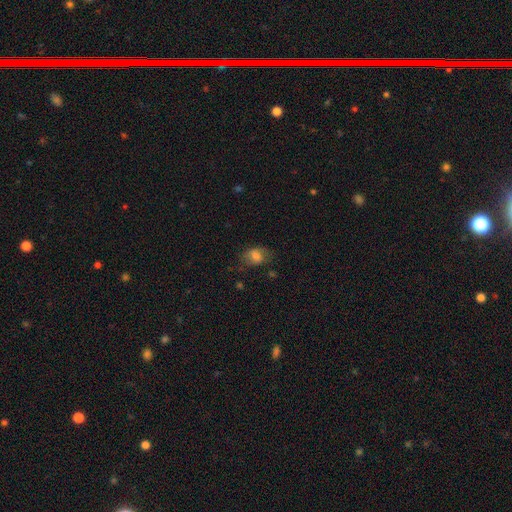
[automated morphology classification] Smooth or featured? smooth (71%)
How rounded? in between (71%)
Merging? none (57%)